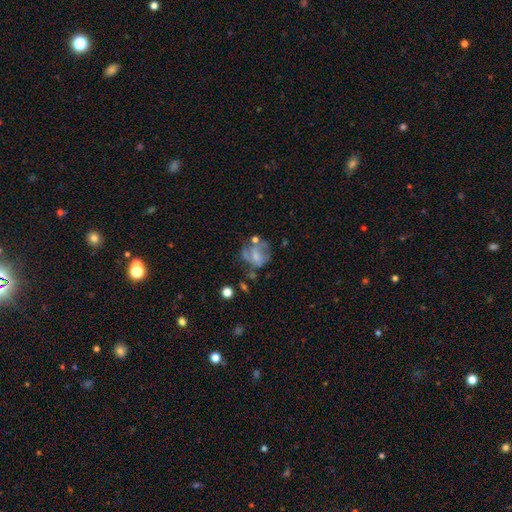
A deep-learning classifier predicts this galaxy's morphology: A featured or disk galaxy (53%) with no bar (66%), no spiral arms (56%) and a small central bulge (37%).

Vote fractions:
- Smooth or featured? featured or disk: 53% / smooth: 37% / star or artifact: 11%
- Edge-on disk? no: 98% / yes: 2%
- Bar? no: 66% / weak: 28% / strong: 6%
- Spiral arms? no: 56% / yes: 44%
- Bulge size? small: 37% / moderate: 30% / none: 27% / large: 4% / dominant: 1%
- Merging? none: 35% / major disturbance: 29% / minor disturbance: 22% / merger: 13%